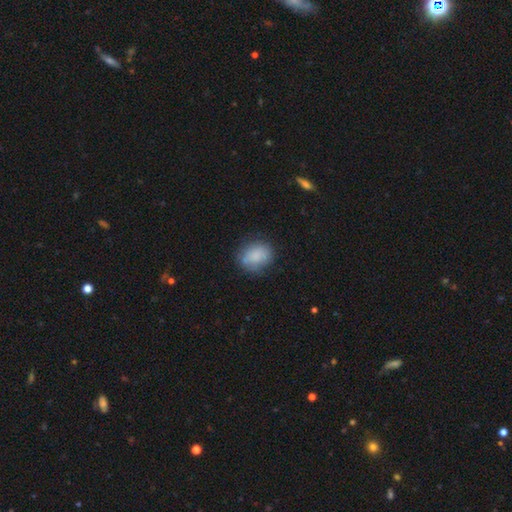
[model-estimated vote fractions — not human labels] Smooth or featured? smooth (82%)
How rounded? in between (51%)
Merging? none (72%)